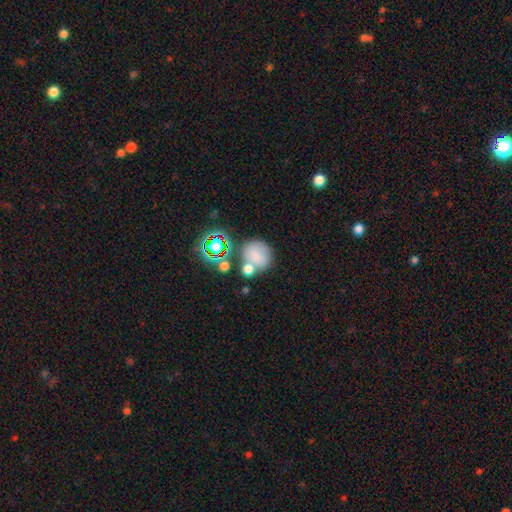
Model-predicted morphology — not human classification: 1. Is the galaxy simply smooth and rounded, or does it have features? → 70% smooth, 18% star or artifact, 12% featured or disk.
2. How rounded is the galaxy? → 80% round, 19% in between, 1% cigar-shaped.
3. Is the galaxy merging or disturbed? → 53% none, 25% merger, 15% minor disturbance, 8% major disturbance.